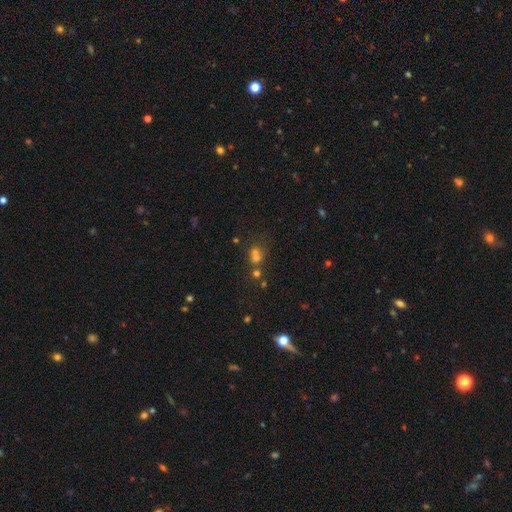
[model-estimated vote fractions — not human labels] Smooth or featured? smooth (50%)
Merging? none (44%)